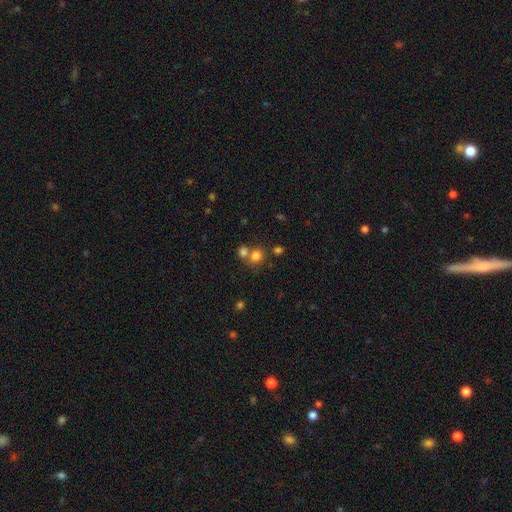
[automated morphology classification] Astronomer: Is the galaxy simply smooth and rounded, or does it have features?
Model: smooth — 77%.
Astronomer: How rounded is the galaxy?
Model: round — 72%.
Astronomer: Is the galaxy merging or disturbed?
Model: none — 50% (runner-up: merger, 38%).